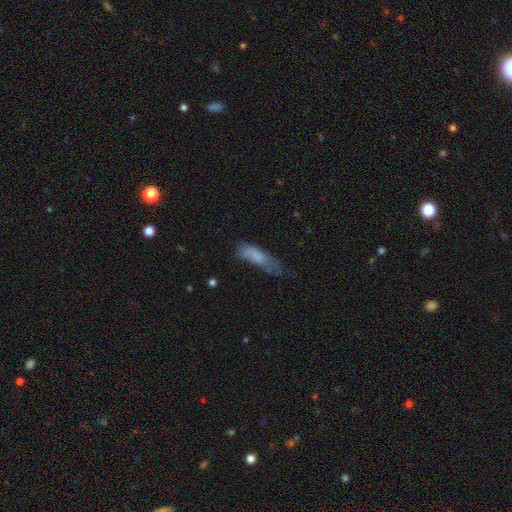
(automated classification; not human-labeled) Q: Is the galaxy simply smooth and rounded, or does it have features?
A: smooth — 70%.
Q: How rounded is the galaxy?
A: in between — 50%.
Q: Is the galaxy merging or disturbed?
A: minor disturbance — 34%.